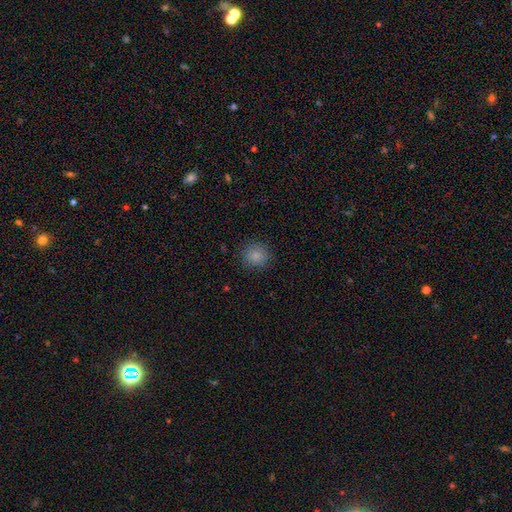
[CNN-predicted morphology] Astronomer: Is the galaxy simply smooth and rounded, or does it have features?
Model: smooth — 85%.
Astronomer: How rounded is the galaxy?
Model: round — 90%.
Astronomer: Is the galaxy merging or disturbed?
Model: none — 89%.